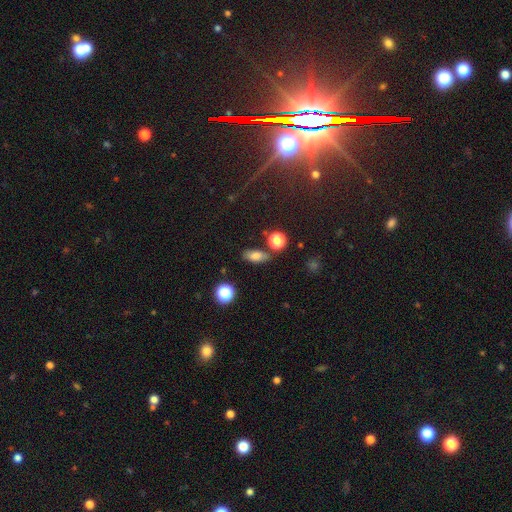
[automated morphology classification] A smooth galaxy with no disk features (76%) that is in between round and cigar-shaped (77%). Merging: none (78%).